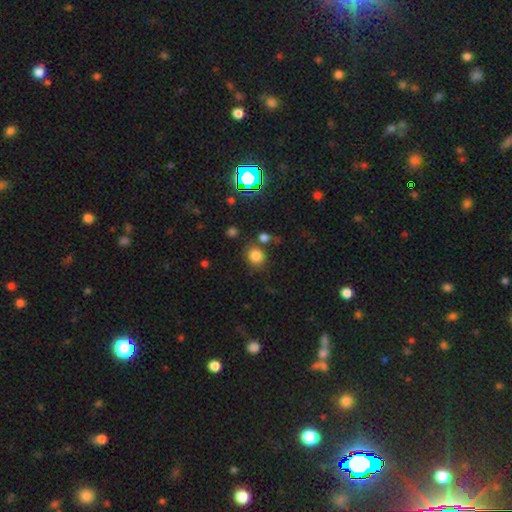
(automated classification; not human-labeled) smooth 80%, star or artifact 15%, featured or disk 6%. Down the decision tree: how rounded — round (77%); merging — none (72%).